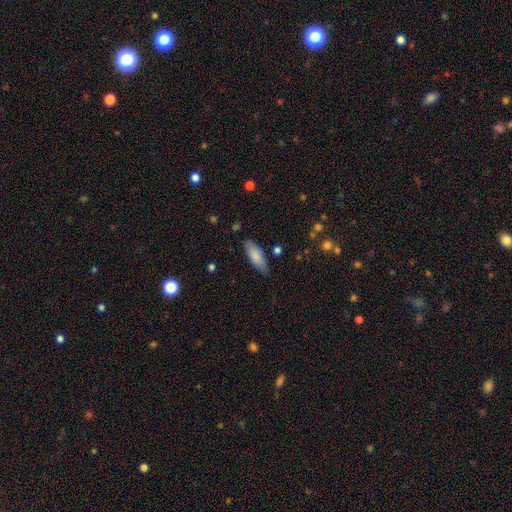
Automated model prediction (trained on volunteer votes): smooth 83%, featured or disk 11%, star or artifact 6%. Down the decision tree: how rounded — in between (66%); merging — none (81%).